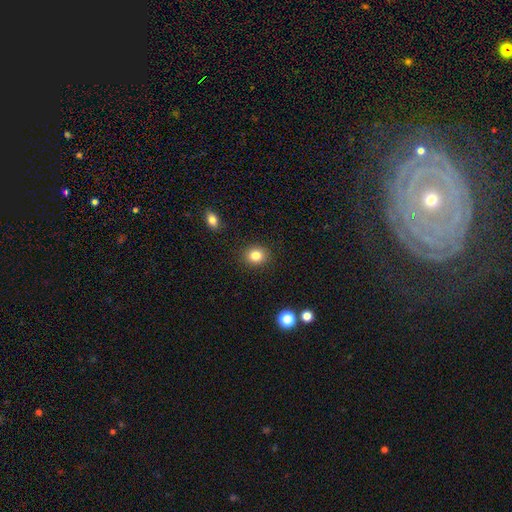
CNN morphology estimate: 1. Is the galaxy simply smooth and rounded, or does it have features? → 83% smooth, 11% star or artifact, 6% featured or disk.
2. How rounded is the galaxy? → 75% round, 24% in between, 1% cigar-shaped.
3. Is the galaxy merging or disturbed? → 90% none, 7% minor disturbance, 2% major disturbance, 1% merger.